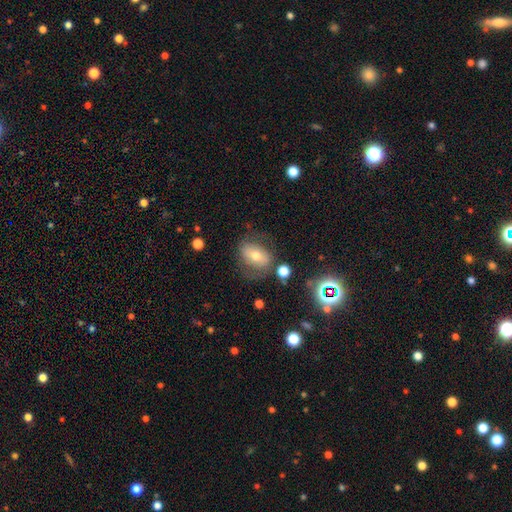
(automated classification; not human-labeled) This appears to be a smooth galaxy with no disk features (47%). Merging: none (62%).